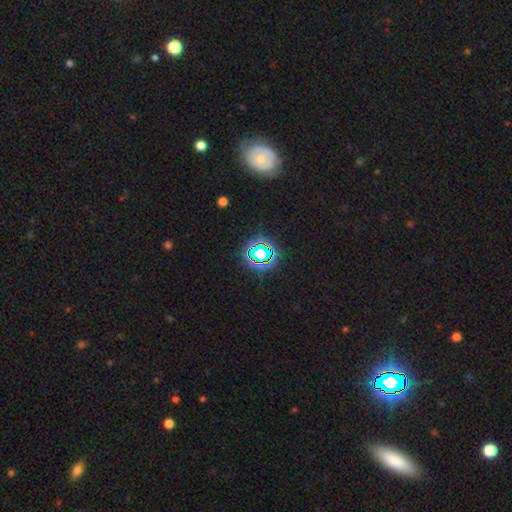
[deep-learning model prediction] This appears to be a star or artifact, not a galaxy (69%).